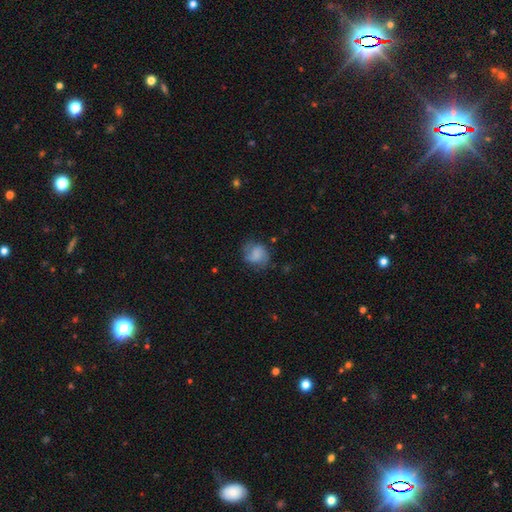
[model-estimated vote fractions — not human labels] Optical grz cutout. It shows a smooth galaxy with no disk features (55%) that is round (63%). Merging: none (63%).